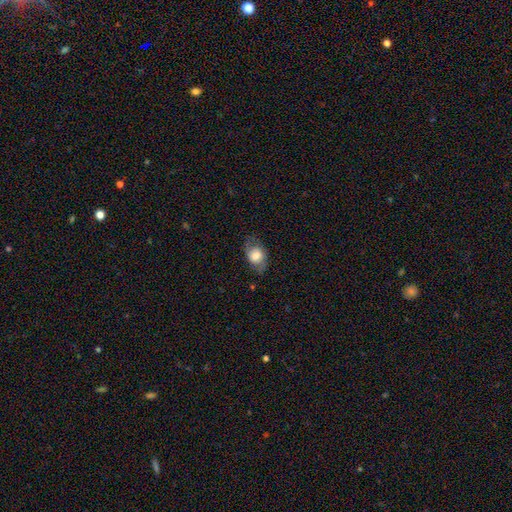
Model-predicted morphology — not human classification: Smooth or featured: smooth — 61% (featured or disk — 32%)
How rounded: in between — 75% (round — 23%)
Merging: none — 73% (minor disturbance — 18%)